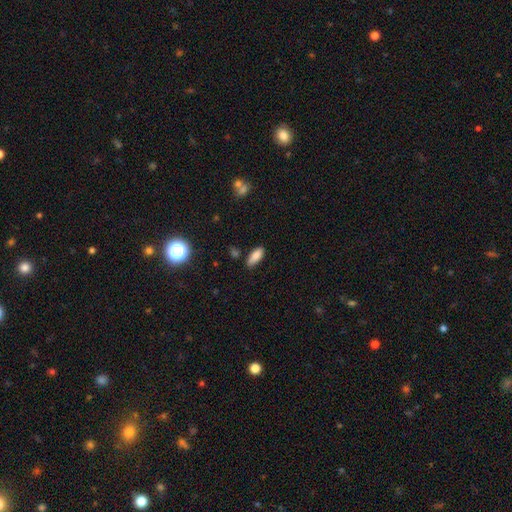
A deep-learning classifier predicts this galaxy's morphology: smooth_or_featured: smooth (p=0.83) [alt: star or artifact p=0.09]
how_rounded: in between (p=0.76) [alt: cigar-shaped p=0.22]
merging: none (p=0.76) [alt: minor disturbance p=0.17]